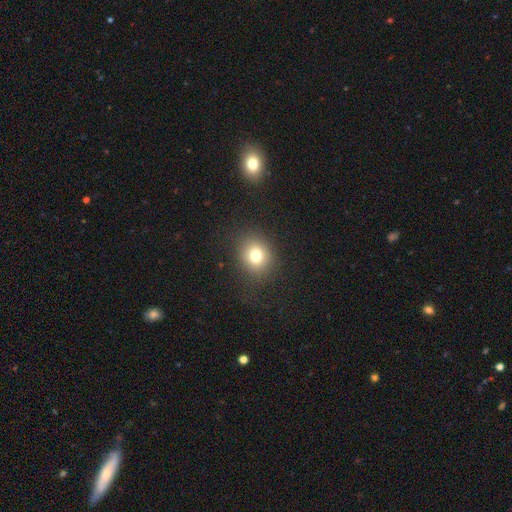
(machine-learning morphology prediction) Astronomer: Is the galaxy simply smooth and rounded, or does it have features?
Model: smooth — 75%.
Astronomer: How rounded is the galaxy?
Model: round — 72%.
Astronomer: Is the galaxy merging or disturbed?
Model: none — 85%.